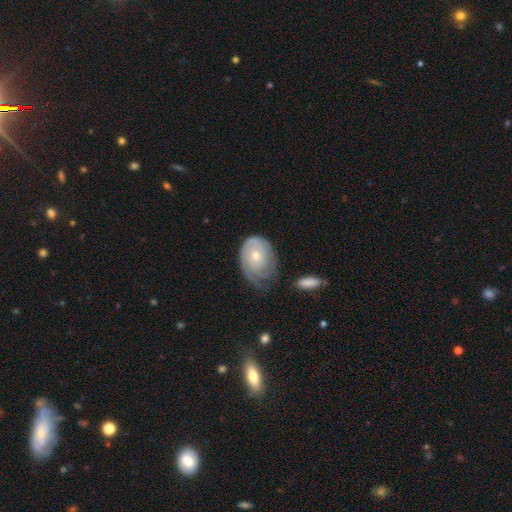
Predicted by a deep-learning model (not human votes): Smooth or featured? Predicted: featured or disk (p=0.52). Edge-on disk? Predicted: no (p=0.95). Merging? Predicted: minor disturbance (p=0.36).